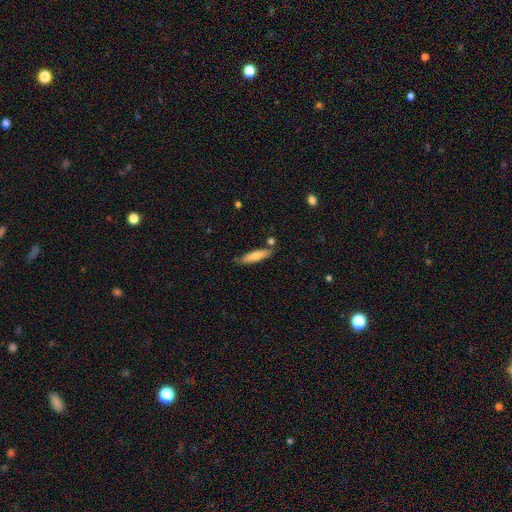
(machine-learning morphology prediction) type=smooth (74%); roundness=cigar-shaped (77%); merging=none (74%).